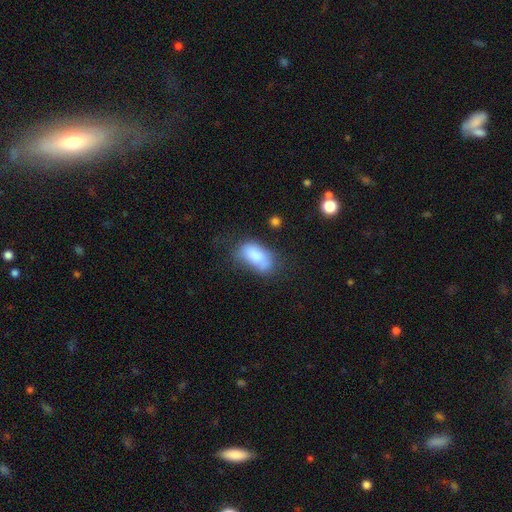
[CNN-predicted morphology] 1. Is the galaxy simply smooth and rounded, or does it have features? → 79% smooth, 14% featured or disk, 7% star or artifact.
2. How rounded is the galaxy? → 93% in between, 4% round, 3% cigar-shaped.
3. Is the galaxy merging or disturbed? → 45% none, 30% minor disturbance, 16% major disturbance, 9% merger.